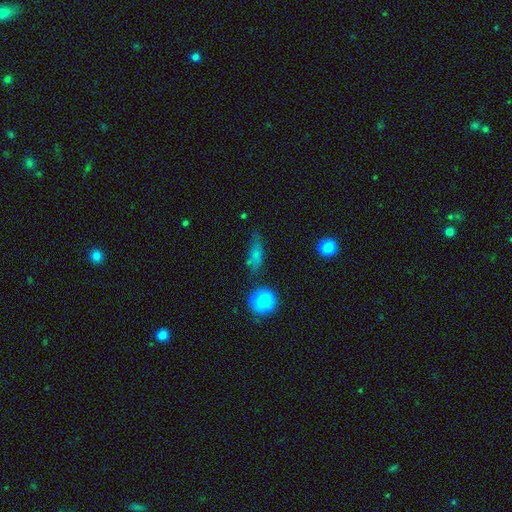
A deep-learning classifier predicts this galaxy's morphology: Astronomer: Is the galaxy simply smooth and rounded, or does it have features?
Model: smooth — 69%.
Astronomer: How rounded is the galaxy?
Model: in between — 48% (runner-up: cigar-shaped, 35%).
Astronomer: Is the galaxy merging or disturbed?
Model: none — 61%.